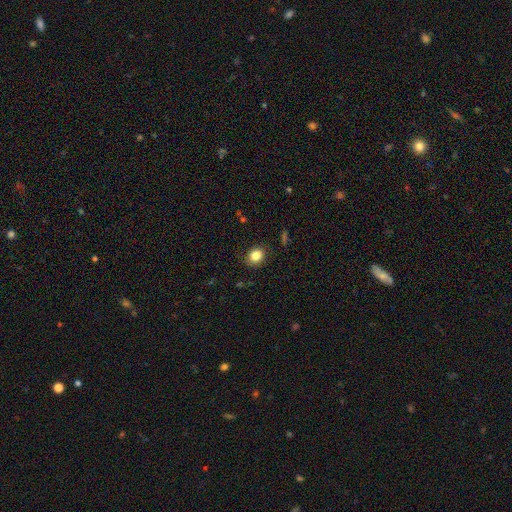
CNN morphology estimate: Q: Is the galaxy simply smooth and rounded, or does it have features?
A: smooth — 83%.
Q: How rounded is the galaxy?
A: round — 60%.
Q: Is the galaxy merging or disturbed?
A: none — 85%.